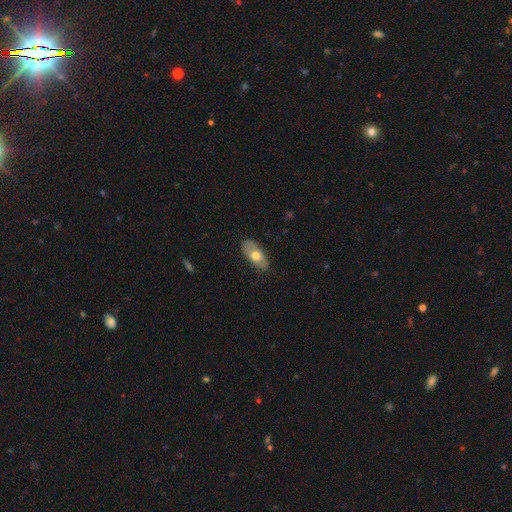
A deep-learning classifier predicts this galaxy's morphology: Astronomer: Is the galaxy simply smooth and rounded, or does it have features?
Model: smooth — 62%.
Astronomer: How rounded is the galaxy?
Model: in between — 90%.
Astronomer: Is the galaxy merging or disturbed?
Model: none — 83%.